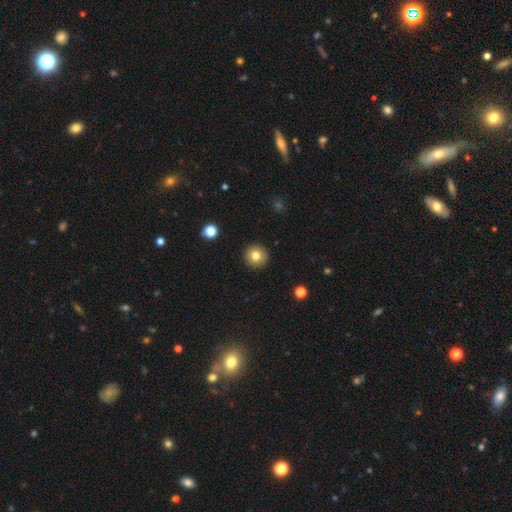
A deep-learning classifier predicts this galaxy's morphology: Q: Smooth or featured?
A: smooth (80%); runner-up: star or artifact (10%)
Q: How rounded?
A: round (95%); runner-up: in between (4%)
Q: Merging?
A: none (92%); runner-up: minor disturbance (5%)